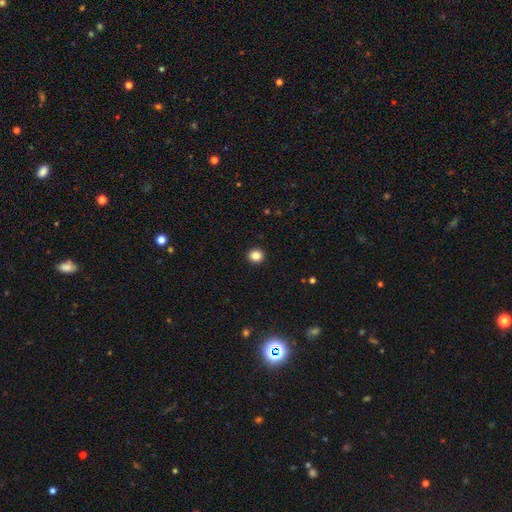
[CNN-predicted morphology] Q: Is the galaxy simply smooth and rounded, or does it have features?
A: smooth — 85%.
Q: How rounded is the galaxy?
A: round — 91%.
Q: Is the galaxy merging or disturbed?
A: none — 94%.